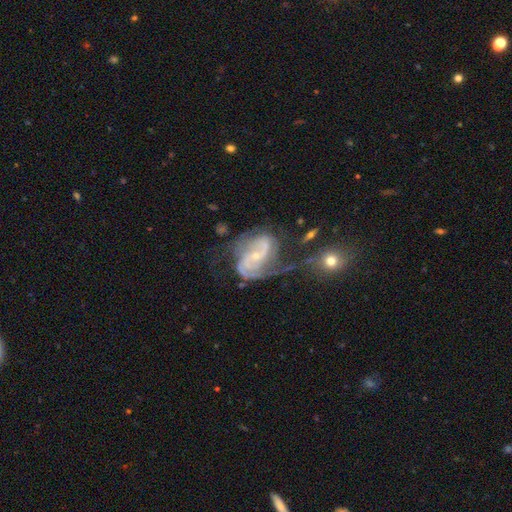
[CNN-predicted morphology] This is clearly a featured or disk galaxy (86%). It is clearly not viewed edge-on (97%). Bar: marginally no (42%). Spiral arm pattern: clearly yes (96%). Spiral arm count: likely 2 (65%). Spiral winding: possibly medium (48%). Central bulge: likely small (73%). Merging: marginally none (42%).